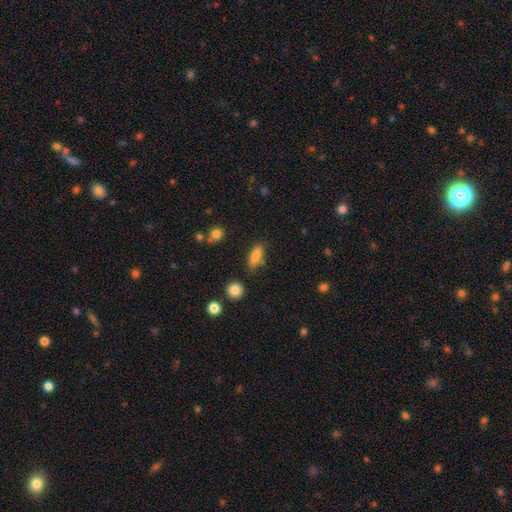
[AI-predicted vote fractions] Overall: smooth (84%). How rounded: in between (72%). Merging: none (74%).